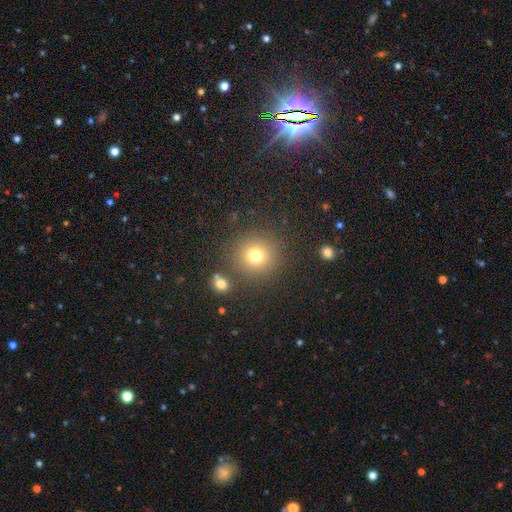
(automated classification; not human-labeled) Smooth or featured? Predicted: smooth (p=0.75). How rounded? Predicted: round (p=0.93). Merging? Predicted: none (p=0.85).